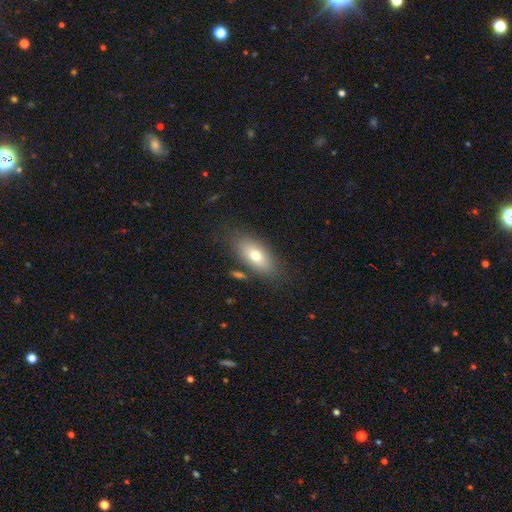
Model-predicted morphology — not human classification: A smooth galaxy with no disk features (71%) that is in between round and cigar-shaped (85%). Merging: none (79%).